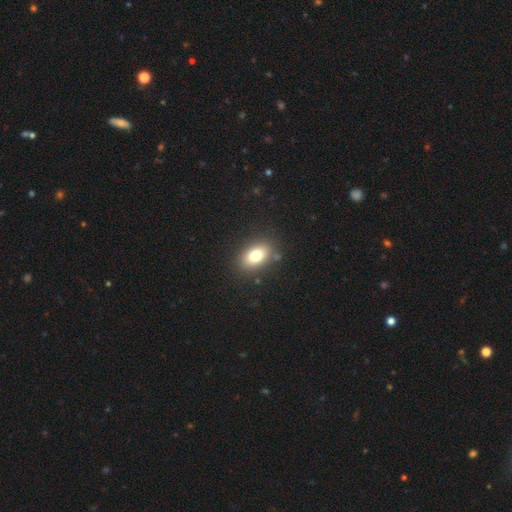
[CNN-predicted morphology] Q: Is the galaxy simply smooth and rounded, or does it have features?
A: smooth — 77%.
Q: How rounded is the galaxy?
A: in between — 82%.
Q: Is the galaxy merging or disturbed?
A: none — 84%.